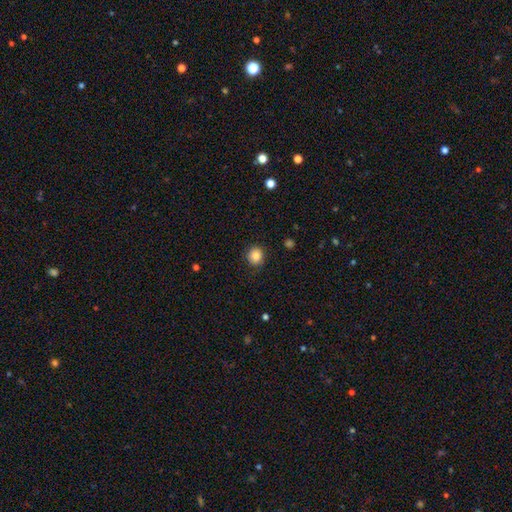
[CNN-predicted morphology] smooth 85%, star or artifact 10%, featured or disk 5%. Down the decision tree: how rounded — round (86%); merging — none (88%).